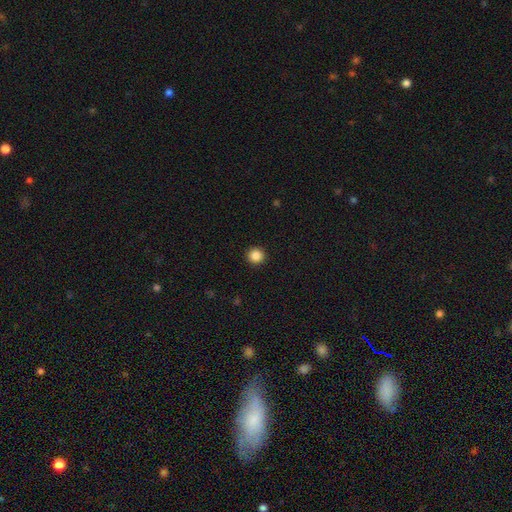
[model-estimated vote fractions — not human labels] This is clearly a smooth galaxy (86%). How rounded: clearly round (95%). Merging: clearly none (93%).